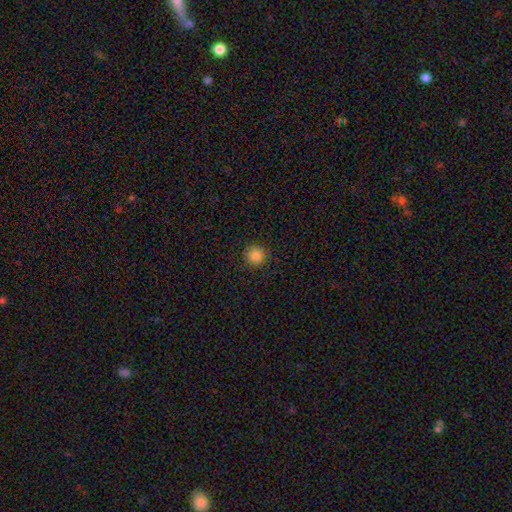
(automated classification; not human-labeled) smooth-or-featured: smooth: 85% | star or artifact: 11% | featured or disk: 3%
  how-rounded: round: 94% | in between: 5% | cigar-shaped: 1%
  merging: none: 90% | minor disturbance: 7% | major disturbance: 2% | merger: 1%